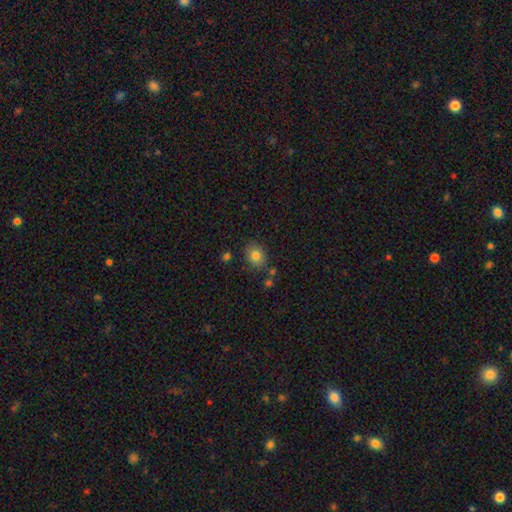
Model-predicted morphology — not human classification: A smooth galaxy with no disk features (80%) that is round (58%).

Vote fractions:
- Smooth or featured? smooth: 80% / star or artifact: 11% / featured or disk: 8%
- How rounded? round: 58% / in between: 41% / cigar-shaped: 1%
- Merging? none: 81% / minor disturbance: 11% / merger: 5% / major disturbance: 3%